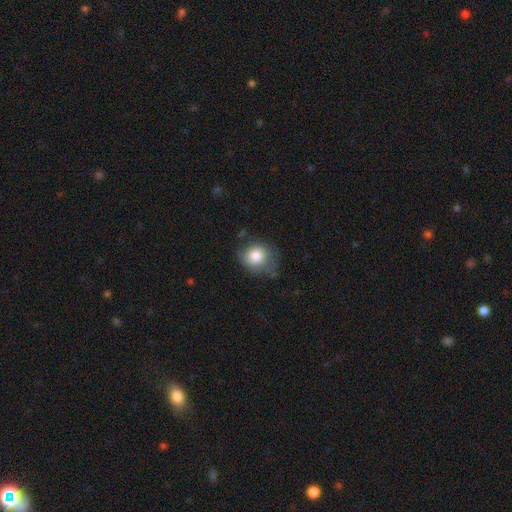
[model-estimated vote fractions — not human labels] Smooth or featured? smooth (79%)
How rounded? round (75%)
Merging? none (60%)